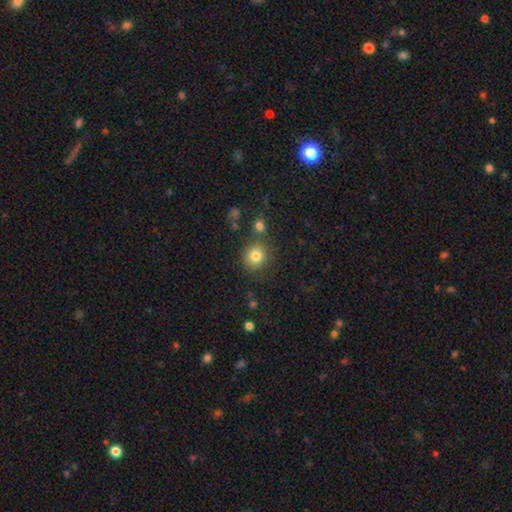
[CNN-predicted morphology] smooth_or_featured: smooth (p=0.80) [alt: star or artifact p=0.12]
how_rounded: round (p=0.85) [alt: in between p=0.14]
merging: none (p=0.79) [alt: minor disturbance p=0.09]